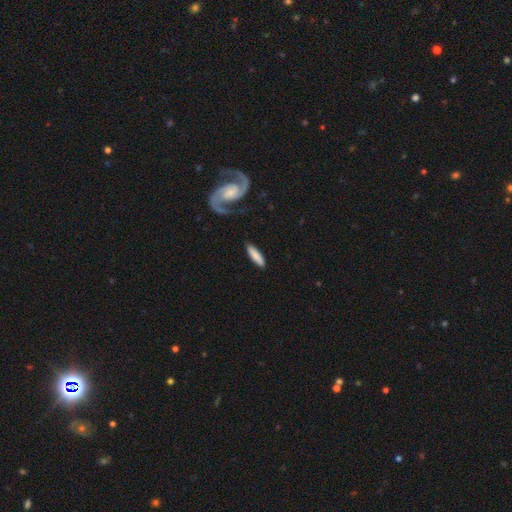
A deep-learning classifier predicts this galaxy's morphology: Smooth or featured?
  - smooth: 77% *
  - featured or disk: 18%
  - star or artifact: 5%
How rounded?
  - cigar-shaped: 73% *
  - in between: 26%
  - round: 2%
Merging?
  - none: 82% *
  - minor disturbance: 12%
  - major disturbance: 4%
  - merger: 3%